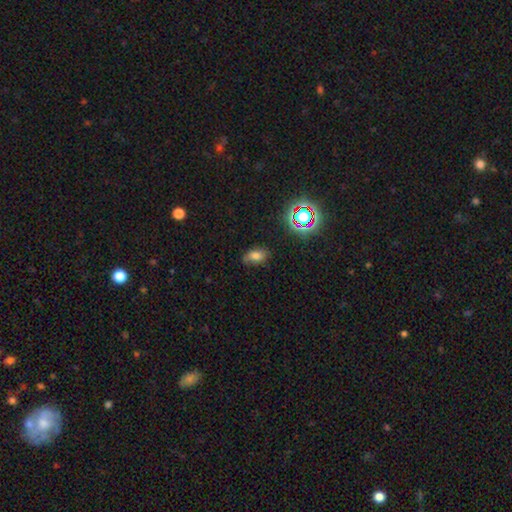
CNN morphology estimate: Smooth or featured? Predicted: smooth (p=0.69). How rounded? Predicted: in between (p=0.88). Merging? Predicted: none (p=0.73).